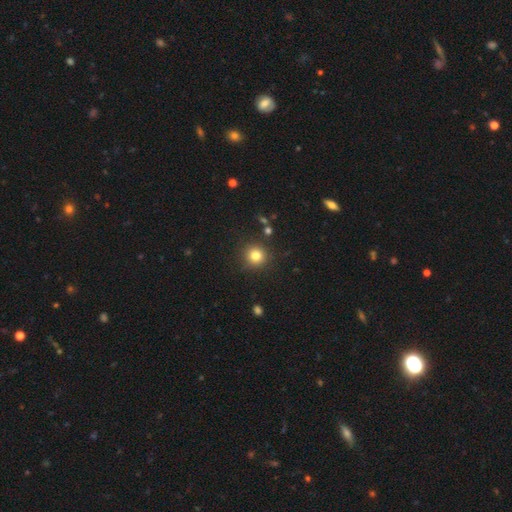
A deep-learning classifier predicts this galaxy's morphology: A smooth galaxy with no disk features (81%) that is round (94%).

Vote fractions:
- Smooth or featured? smooth: 81% / star or artifact: 13% / featured or disk: 7%
- How rounded? round: 94% / in between: 6% / cigar-shaped: 1%
- Merging? none: 88% / minor disturbance: 7% / major disturbance: 3% / merger: 2%